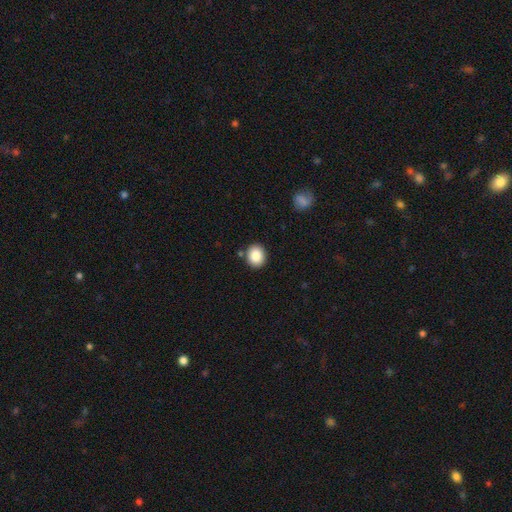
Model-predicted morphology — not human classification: smooth 88%, star or artifact 8%, featured or disk 4%. Down the decision tree: how rounded — round (69%); merging — none (86%).